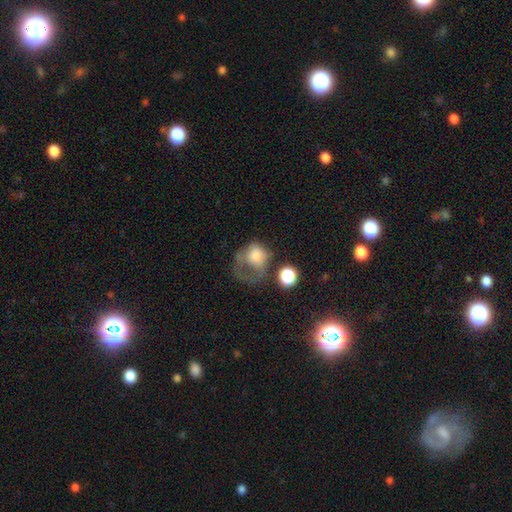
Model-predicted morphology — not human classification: smooth_or_featured: smooth (p=0.61) [alt: featured or disk p=0.28]
how_rounded: round (p=0.57) [alt: in between p=0.42]
merging: major disturbance (p=0.55) [alt: none p=0.19]